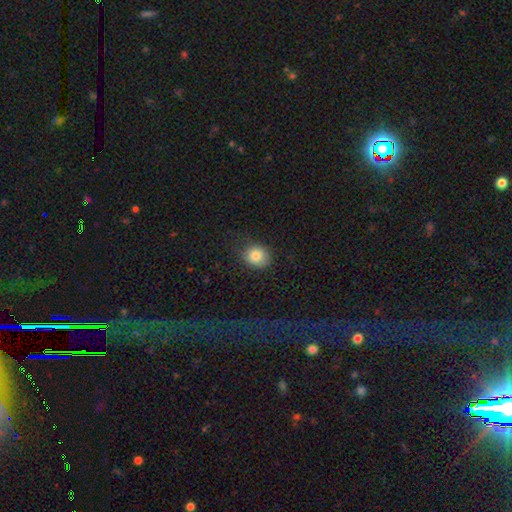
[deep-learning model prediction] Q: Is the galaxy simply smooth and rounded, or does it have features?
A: smooth — 83%.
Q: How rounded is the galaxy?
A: round — 70%.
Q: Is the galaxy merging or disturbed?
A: none — 76%.